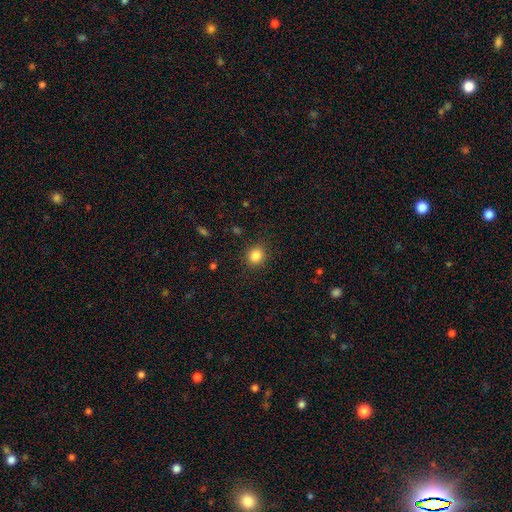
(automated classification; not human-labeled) A smooth galaxy with no disk features (84%) that is round (80%).

Vote fractions:
- Smooth or featured? smooth: 84% / star or artifact: 11% / featured or disk: 4%
- How rounded? round: 80% / in between: 19% / cigar-shaped: 1%
- Merging? none: 89% / minor disturbance: 8% / major disturbance: 3% / merger: 1%